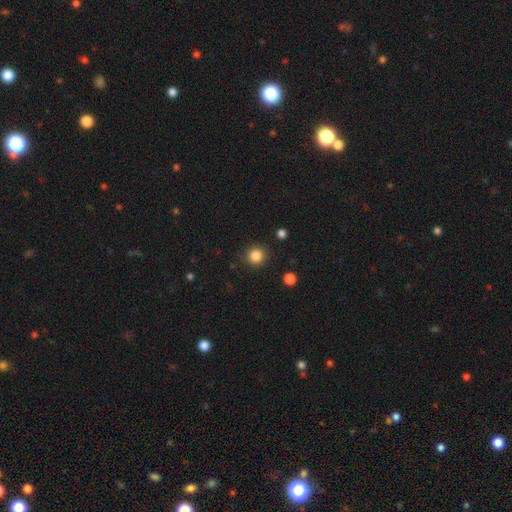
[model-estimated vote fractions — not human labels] A smooth galaxy with no disk features (85%) that is round (94%).

Vote fractions:
- Smooth or featured? smooth: 85% / star or artifact: 12% / featured or disk: 4%
- How rounded? round: 94% / in between: 5% / cigar-shaped: 1%
- Merging? none: 89% / minor disturbance: 6% / major disturbance: 2% / merger: 2%